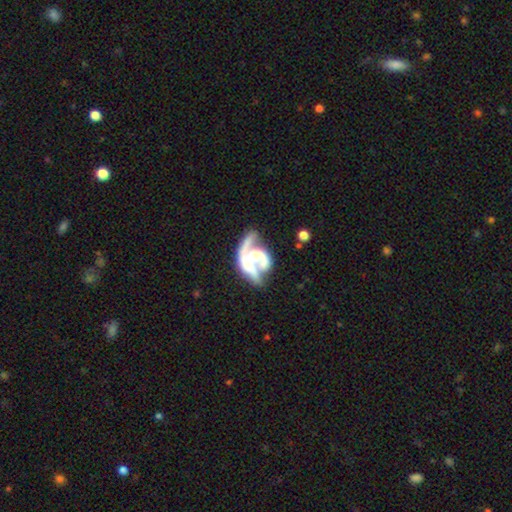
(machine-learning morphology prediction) Smooth or featured?
  - featured or disk: 80% *
  - smooth: 14%
  - star or artifact: 6%
Edge-on disk?
  - no: 97% *
  - yes: 3%
Bar?
  - no: 68% *
  - weak: 22%
  - strong: 10%
Spiral arms?
  - yes: 80% *
  - no: 20%
Spiral winding?
  - medium: 41% *
  - loose: 30%
  - tight: 29%
Spiral arm count?
  - 2: 46% *
  - 1: 32%
  - can't tell: 11%
  - 3: 6%
  - 4: 2%
  - more than 4: 2%
Bulge size?
  - moderate: 56% *
  - small: 20%
  - large: 13%
  - none: 8%
  - dominant: 2%
Merging?
  - merger: 33% *
  - major disturbance: 31%
  - none: 21%
  - minor disturbance: 15%